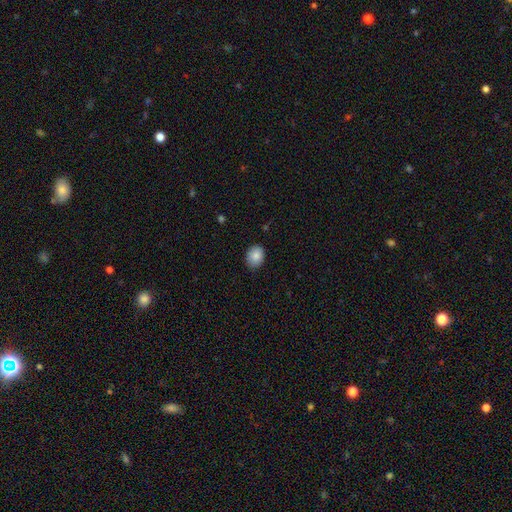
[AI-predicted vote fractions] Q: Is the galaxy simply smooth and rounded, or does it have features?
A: smooth — 86%.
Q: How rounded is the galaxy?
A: in between — 51%.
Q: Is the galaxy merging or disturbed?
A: none — 86%.